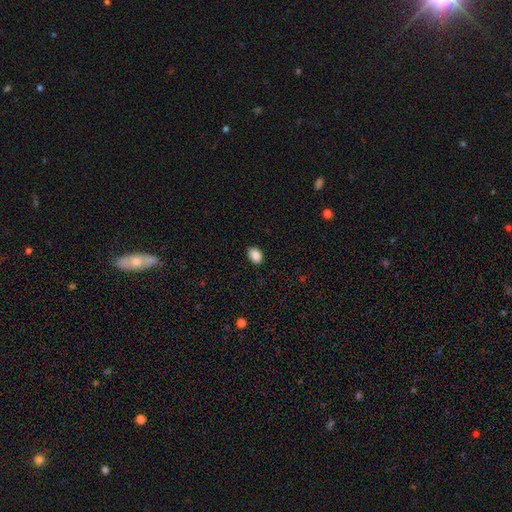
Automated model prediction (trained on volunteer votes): Smooth or featured?
  - smooth: 88% *
  - star or artifact: 8%
  - featured or disk: 4%
How rounded?
  - in between: 77% *
  - round: 22%
  - cigar-shaped: 1%
Merging?
  - none: 87% *
  - minor disturbance: 10%
  - major disturbance: 2%
  - merger: 1%